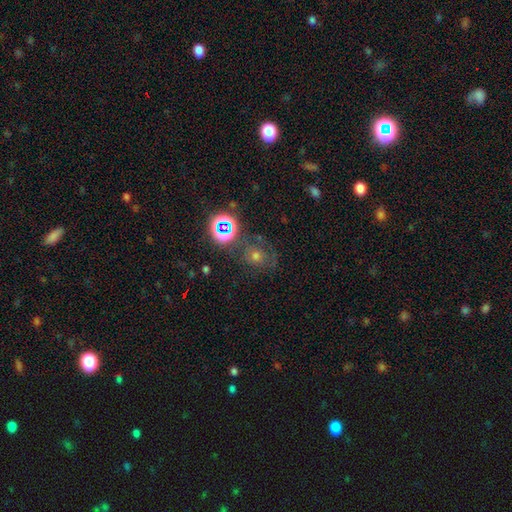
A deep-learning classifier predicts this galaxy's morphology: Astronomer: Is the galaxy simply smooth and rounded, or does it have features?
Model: star or artifact — 47% (runner-up: smooth, 33%).